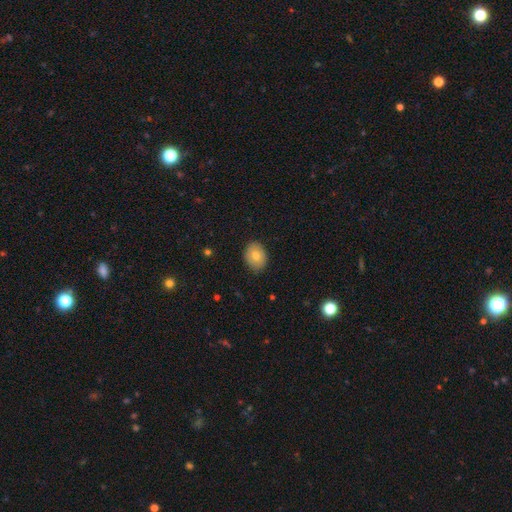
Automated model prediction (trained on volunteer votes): The model was most divided on "how rounded": in between: 59%, round: 40%, cigar-shaped: 1%. More confident: merging — none (86%); smooth or featured — smooth (75%).